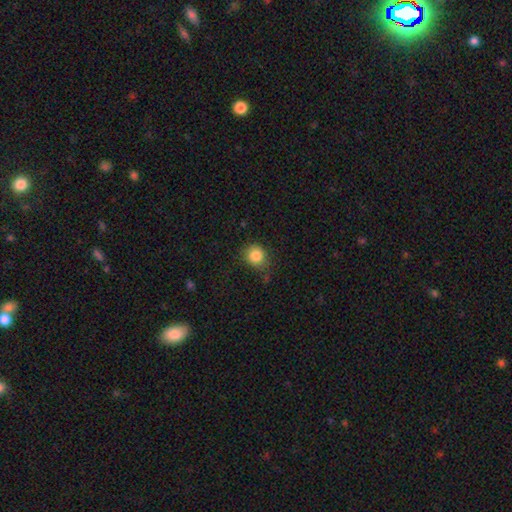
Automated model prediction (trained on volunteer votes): Smooth or featured? smooth (85%)
How rounded? round (84%)
Merging? none (74%)